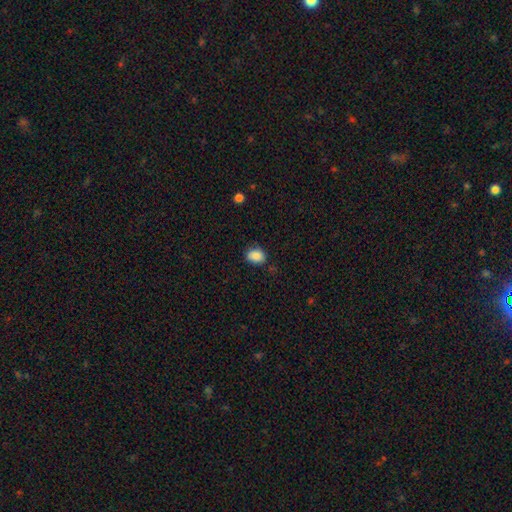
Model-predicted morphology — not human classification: The model was most divided on "how rounded": in between: 65%, round: 34%, cigar-shaped: 1%. More confident: smooth or featured — smooth (87%); merging — none (76%).